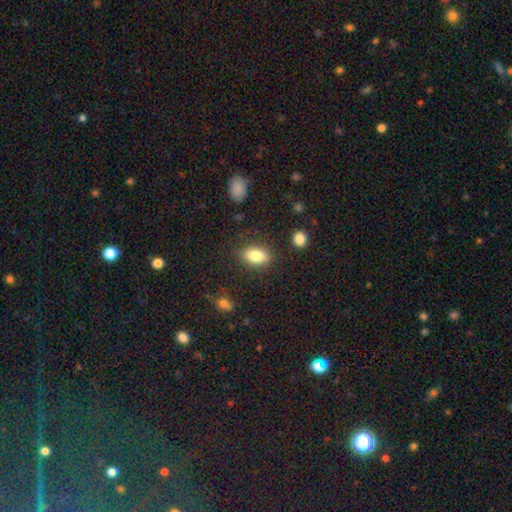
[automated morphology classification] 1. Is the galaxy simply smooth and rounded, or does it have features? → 83% smooth, 9% featured or disk, 8% star or artifact.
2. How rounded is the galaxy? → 87% in between, 9% round, 4% cigar-shaped.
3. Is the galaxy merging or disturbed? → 83% none, 11% minor disturbance, 3% major disturbance, 2% merger.